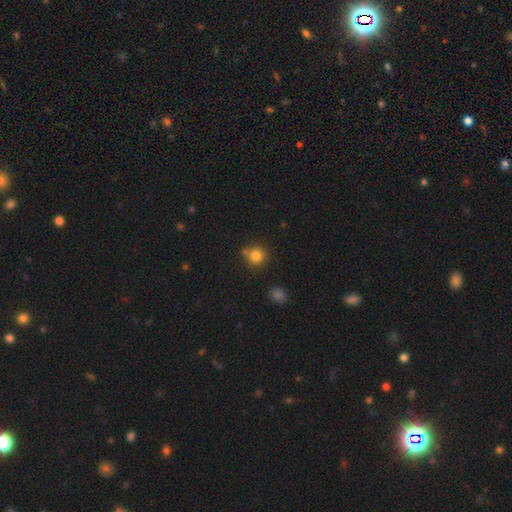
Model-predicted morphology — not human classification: This appears to be a smooth galaxy with no disk features (81%) that is round (91%). Merging: none (71%).